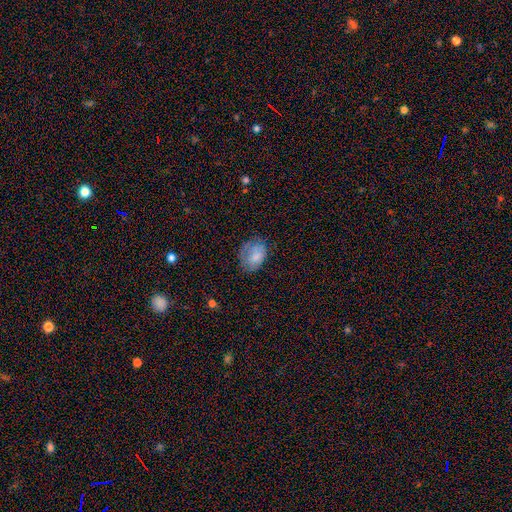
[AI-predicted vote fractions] smooth 73%, featured or disk 19%, star or artifact 9%. Down the decision tree: how rounded — in between (73%); merging — none (54%).